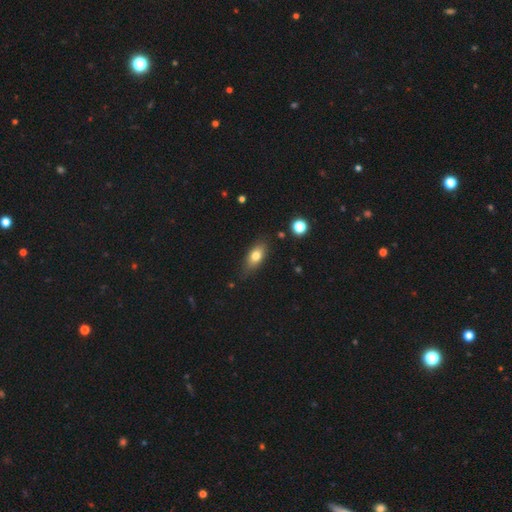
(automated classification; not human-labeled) Smooth or featured: smooth — 75% (featured or disk — 17%)
How rounded: in between — 81% (cigar-shaped — 11%)
Merging: none — 77% (minor disturbance — 18%)